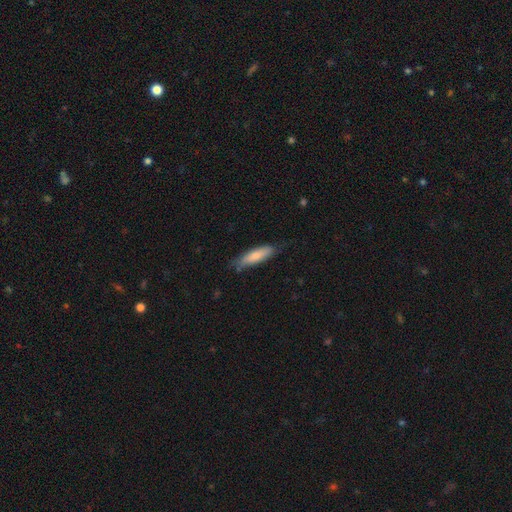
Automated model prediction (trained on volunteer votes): Smooth or featured?
  - smooth: 76% *
  - featured or disk: 18%
  - star or artifact: 5%
How rounded?
  - cigar-shaped: 60% *
  - in between: 39%
  - round: 1%
Merging?
  - none: 72% *
  - minor disturbance: 22%
  - major disturbance: 4%
  - merger: 2%